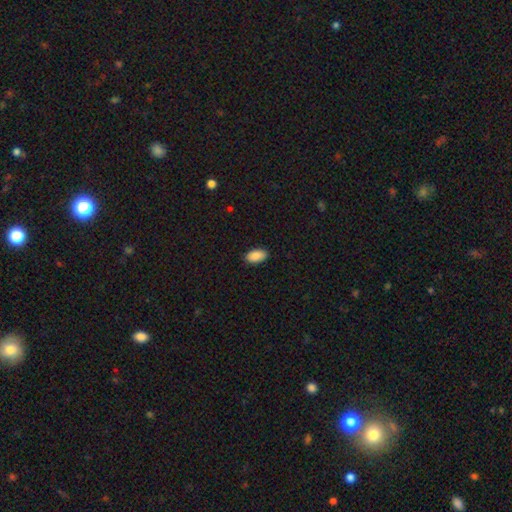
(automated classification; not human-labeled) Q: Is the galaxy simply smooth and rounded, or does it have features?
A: smooth — 90%.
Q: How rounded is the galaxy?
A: in between — 95%.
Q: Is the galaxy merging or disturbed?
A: none — 88%.